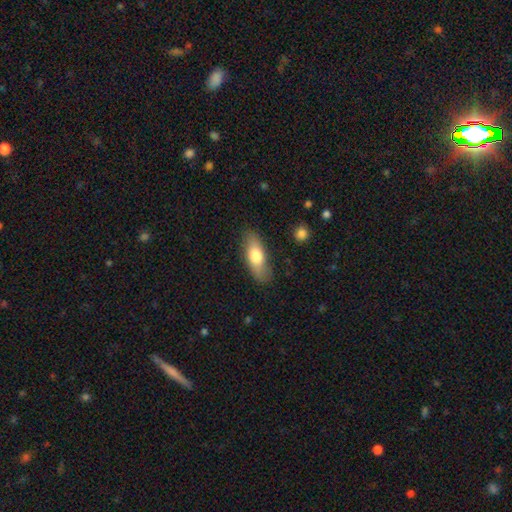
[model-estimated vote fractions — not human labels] Overall: smooth (70%). How rounded: in between (70%). Merging: none (82%).